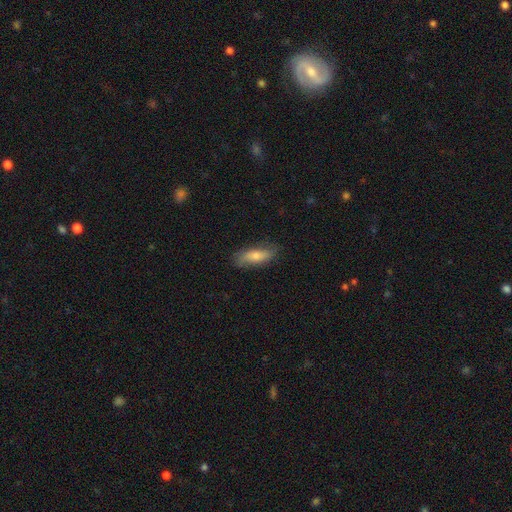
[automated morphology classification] Overall: smooth (62%; featured or disk 31%). How rounded: in between (60%; cigar-shaped 37%). Merging: none (79%).